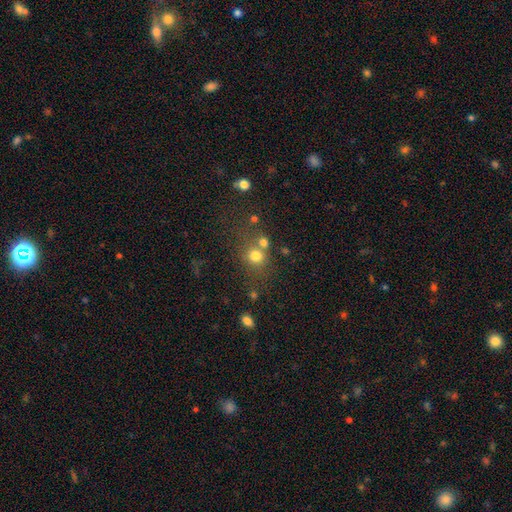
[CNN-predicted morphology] Smooth or featured: smooth — 74% (star or artifact — 17%)
How rounded: round — 79% (in between — 20%)
Merging: none — 58% (merger — 24%)